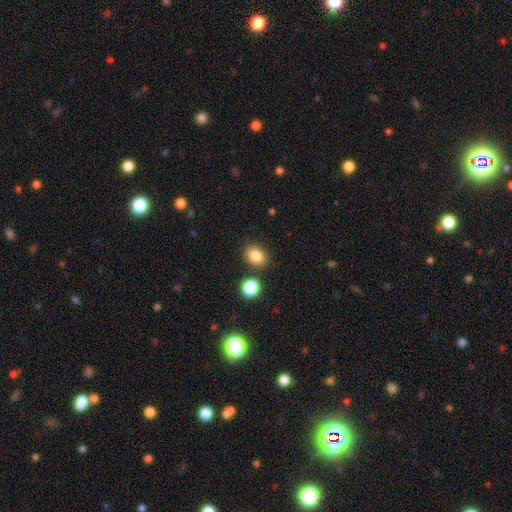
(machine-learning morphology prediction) Smooth or featured?
  - smooth: 85% *
  - star or artifact: 10%
  - featured or disk: 5%
How rounded?
  - in between: 55% *
  - round: 44%
  - cigar-shaped: 1%
Merging?
  - none: 79% *
  - minor disturbance: 10%
  - merger: 8%
  - major disturbance: 3%